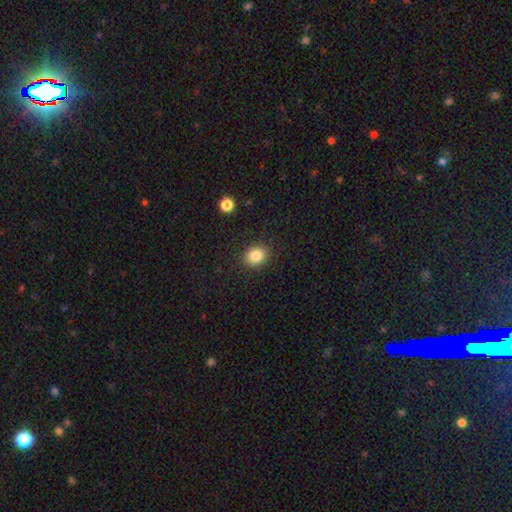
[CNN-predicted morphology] smooth_or_featured: smooth (p=0.84) [alt: star or artifact p=0.10]
how_rounded: round (p=0.61) [alt: in between p=0.38]
merging: none (p=0.88) [alt: minor disturbance p=0.08]